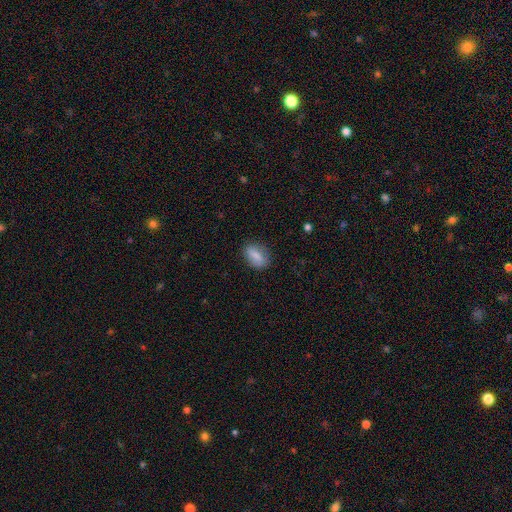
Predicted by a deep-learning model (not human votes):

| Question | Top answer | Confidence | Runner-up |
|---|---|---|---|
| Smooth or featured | smooth | 78% | featured or disk (15%) |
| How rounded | in between | 80% | round (12%) |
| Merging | none | 82% | minor disturbance (14%) |